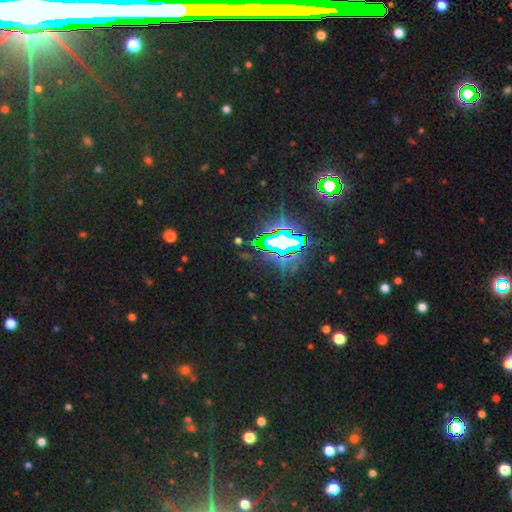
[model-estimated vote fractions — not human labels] star or artifact 82%, smooth 11%, featured or disk 7%.